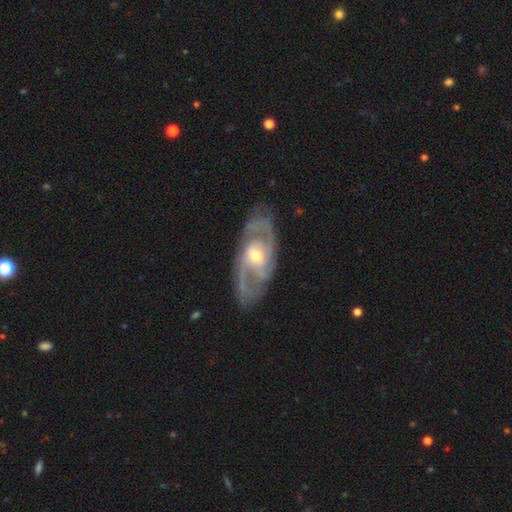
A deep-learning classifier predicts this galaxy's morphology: A featured or disk galaxy (86%) with no bar (52%), 2 (72%) medium (50%) spiral arms (94%) and a moderate central bulge (58%). Merging: none (79%).